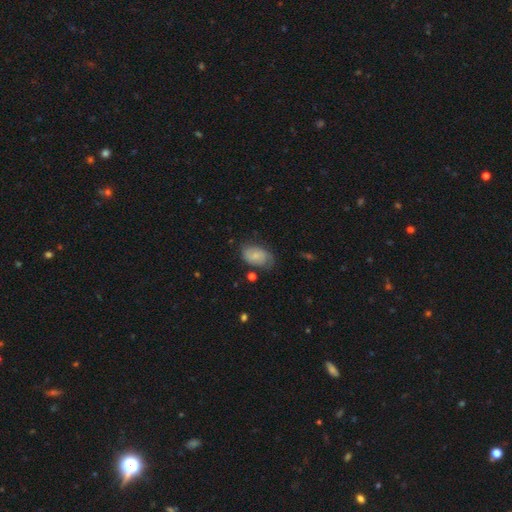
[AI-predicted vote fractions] A smooth galaxy with no disk features (52%) that is in between round and cigar-shaped (86%).

Vote fractions:
- Smooth or featured? smooth: 52% / featured or disk: 40% / star or artifact: 8%
- How rounded? in between: 86% / round: 12% / cigar-shaped: 1%
- Merging? none: 63% / minor disturbance: 26% / major disturbance: 8% / merger: 2%